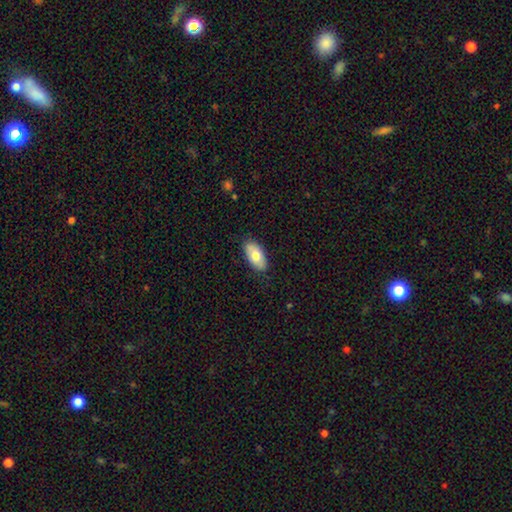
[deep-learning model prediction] Smooth or featured? smooth (73%)
How rounded? in between (93%)
Merging? none (84%)